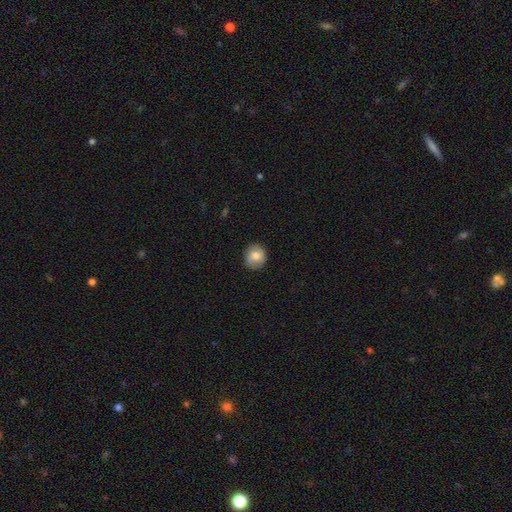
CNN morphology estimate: Smooth or featured: smooth — 70% (featured or disk — 22%)
How rounded: round — 77% (in between — 22%)
Merging: none — 84% (minor disturbance — 12%)